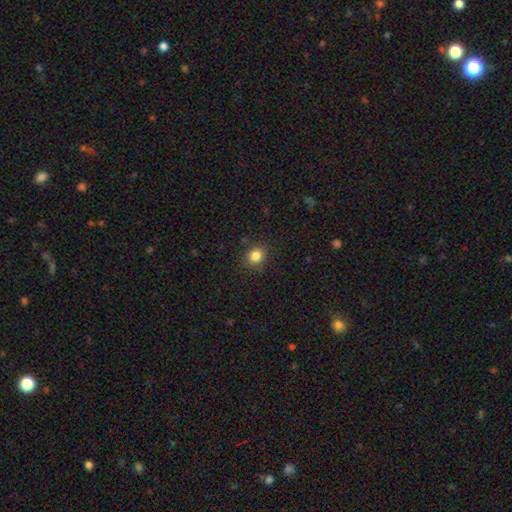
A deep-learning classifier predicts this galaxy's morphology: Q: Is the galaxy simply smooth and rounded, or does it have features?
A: smooth — 84%.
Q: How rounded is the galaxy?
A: round — 76%.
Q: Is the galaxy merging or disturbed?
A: none — 88%.